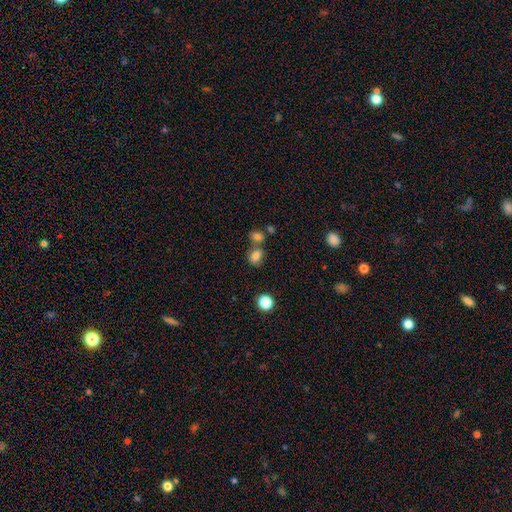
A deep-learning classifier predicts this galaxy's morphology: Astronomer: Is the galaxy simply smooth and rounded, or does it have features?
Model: smooth — 80%.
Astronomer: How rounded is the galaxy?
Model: in between — 53% (runner-up: round, 46%).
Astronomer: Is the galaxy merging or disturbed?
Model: none — 53% (runner-up: merger, 32%).